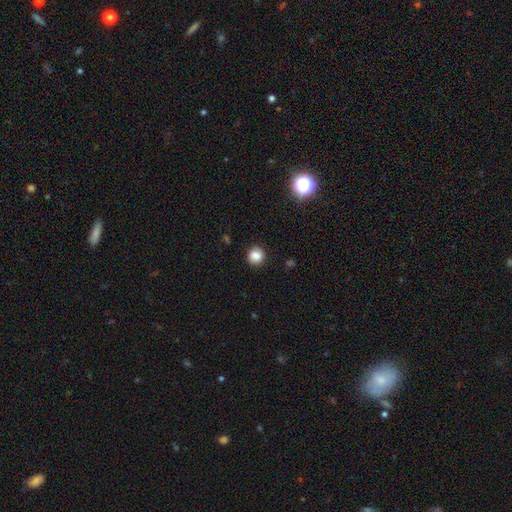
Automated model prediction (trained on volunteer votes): Morphology: type=smooth (84%); roundness=round (87%); merging=none (89%).